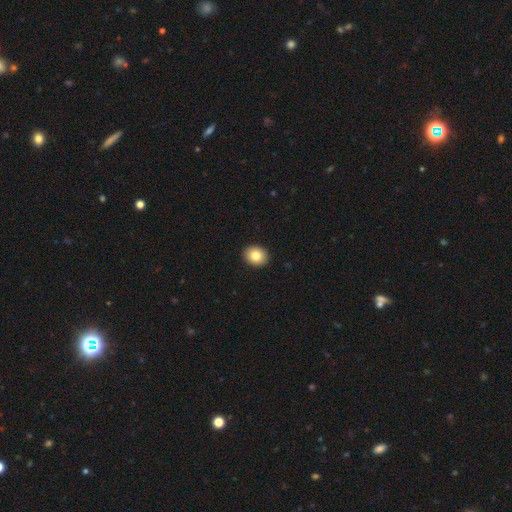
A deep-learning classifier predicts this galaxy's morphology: smooth 83%, featured or disk 9%, star or artifact 9%. Down the decision tree: how rounded — round (58%); merging — none (92%).